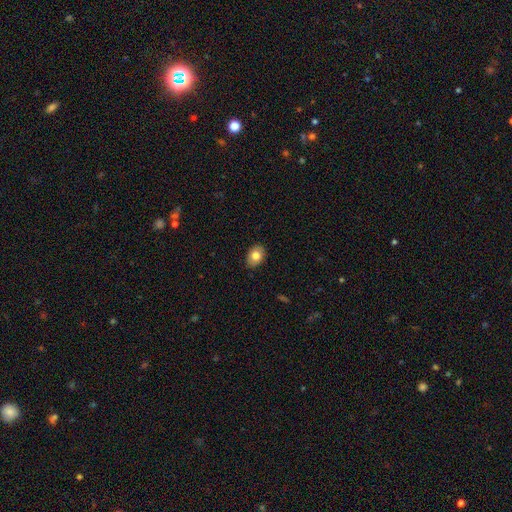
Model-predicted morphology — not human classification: Smooth or featured: smooth — 80% (featured or disk — 12%)
How rounded: in between — 66% (round — 33%)
Merging: none — 88% (minor disturbance — 9%)